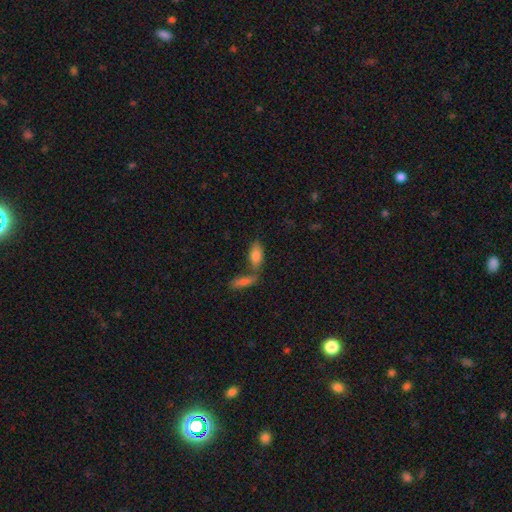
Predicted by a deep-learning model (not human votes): smooth_or_featured: smooth (p=0.78) [alt: featured or disk p=0.14]
how_rounded: in between (p=0.78) [alt: cigar-shaped p=0.19]
merging: none (p=0.43) [tied with: merger p=0.43]